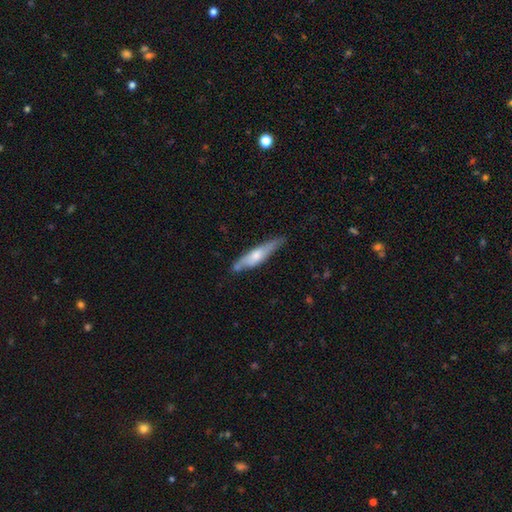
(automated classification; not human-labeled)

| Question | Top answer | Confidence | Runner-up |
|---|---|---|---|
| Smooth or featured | featured or disk | 48% | smooth (47%) |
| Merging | none | 69% | minor disturbance (22%) |